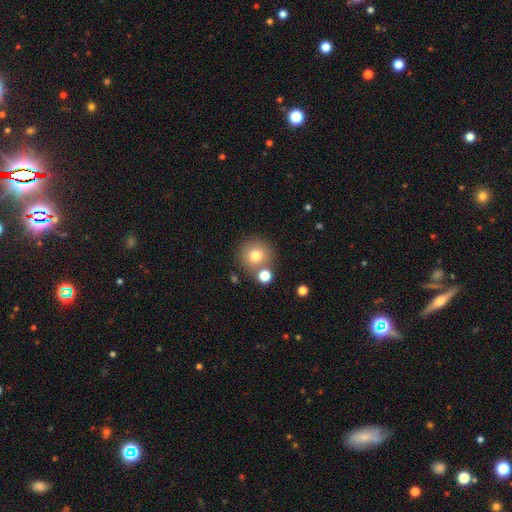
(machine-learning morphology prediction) smooth-or-featured: smooth: 76% | star or artifact: 12% | featured or disk: 11%
  how-rounded: round: 93% | in between: 6% | cigar-shaped: 1%
  merging: none: 74% | merger: 15% | minor disturbance: 8% | major disturbance: 3%